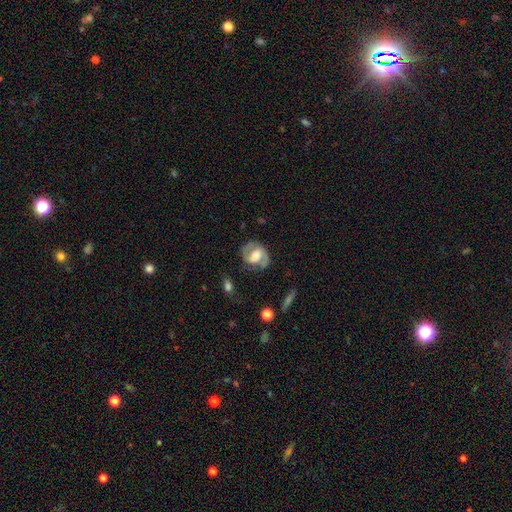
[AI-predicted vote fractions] smooth_or_featured: featured or disk (p=0.68) [alt: smooth p=0.25]
disk_edge_on: no (p=0.96) [alt: yes p=0.04]
bar: weak (p=0.42) [alt: no p=0.34]
has_spiral_arms: yes (p=0.83) [alt: no p=0.17]
spiral_winding: medium (p=0.49) [alt: tight p=0.29]
spiral_arm_count: 2 (p=0.83) [alt: can't tell p=0.09]
bulge_size: moderate (p=0.44) [alt: large p=0.33]
merging: none (p=0.66) [alt: minor disturbance p=0.20]